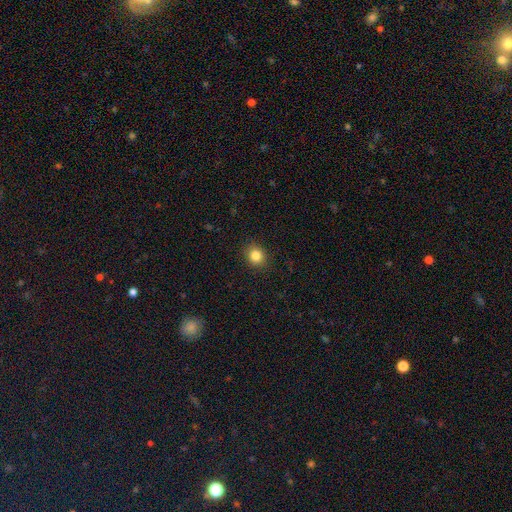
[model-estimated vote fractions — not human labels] Q: Smooth or featured?
A: smooth (84%); runner-up: star or artifact (11%)
Q: How rounded?
A: round (76%); runner-up: in between (23%)
Q: Merging?
A: none (90%); runner-up: minor disturbance (7%)